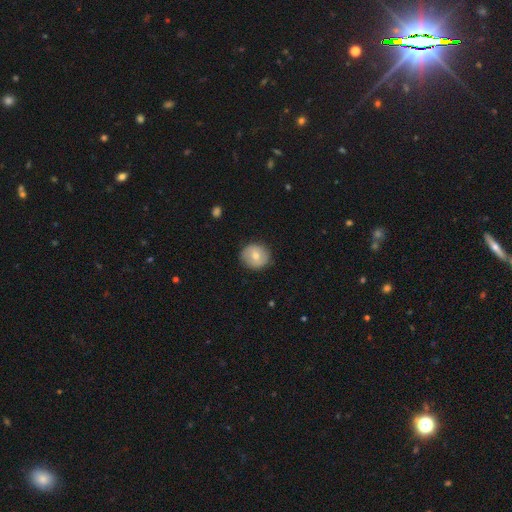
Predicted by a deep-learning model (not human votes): Smooth or featured?
  - smooth: 68% *
  - featured or disk: 25%
  - star or artifact: 7%
How rounded?
  - round: 84% *
  - in between: 15%
  - cigar-shaped: 1%
Merging?
  - none: 86% *
  - minor disturbance: 10%
  - major disturbance: 2%
  - merger: 1%